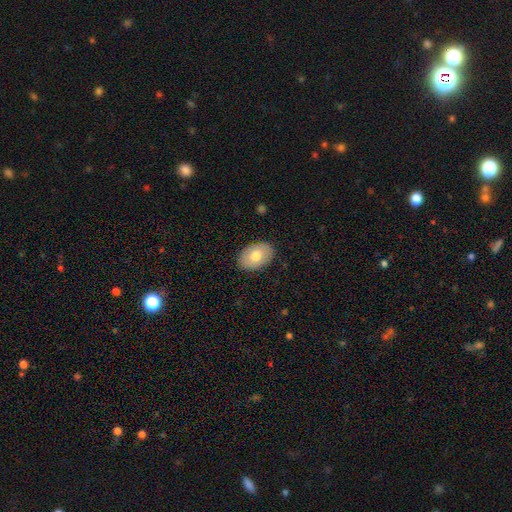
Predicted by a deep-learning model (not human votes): Smooth or featured? smooth (74%)
How rounded? in between (85%)
Merging? none (88%)